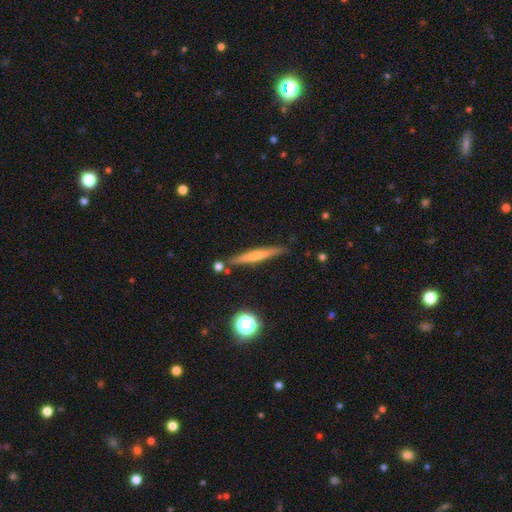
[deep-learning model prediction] Smooth or featured?
  - featured or disk: 53% *
  - smooth: 39%
  - star or artifact: 8%
Edge-on disk?
  - yes: 96% *
  - no: 4%
Edge-on bulge?
  - rounded: 64% *
  - none: 30%
  - boxy: 6%
Merging?
  - none: 84% *
  - minor disturbance: 10%
  - merger: 4%
  - major disturbance: 2%